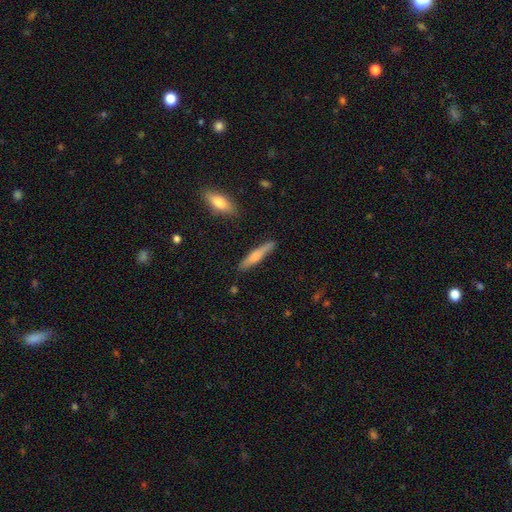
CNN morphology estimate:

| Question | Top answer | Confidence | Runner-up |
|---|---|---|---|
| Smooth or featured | smooth | 64% | featured or disk (30%) |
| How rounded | cigar-shaped | 88% | in between (10%) |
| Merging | none | 83% | minor disturbance (12%) |